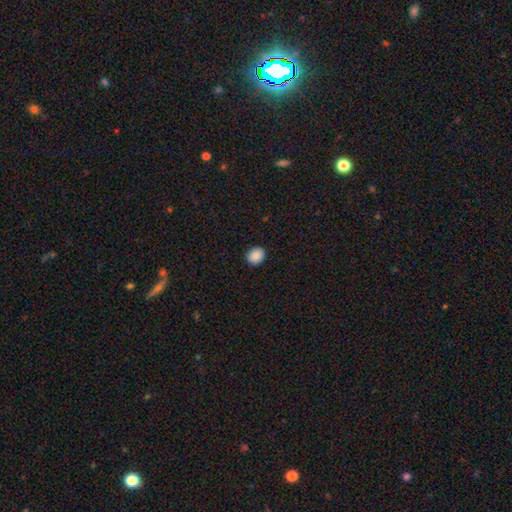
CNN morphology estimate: smooth 89%, star or artifact 8%, featured or disk 2%. Down the decision tree: how rounded — round (58%); merging — none (91%).